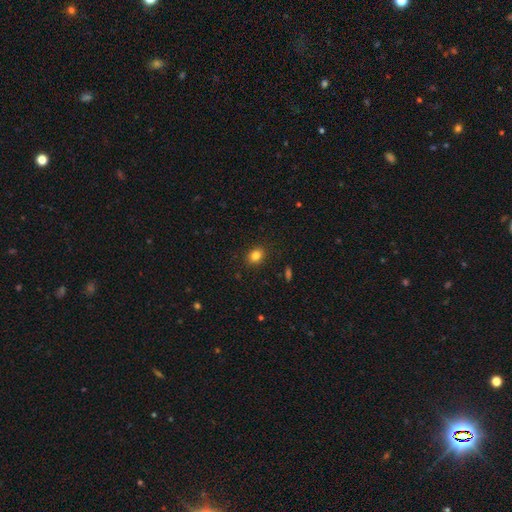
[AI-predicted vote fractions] Smooth or featured? smooth (82%)
How rounded? round (55%)
Merging? none (89%)